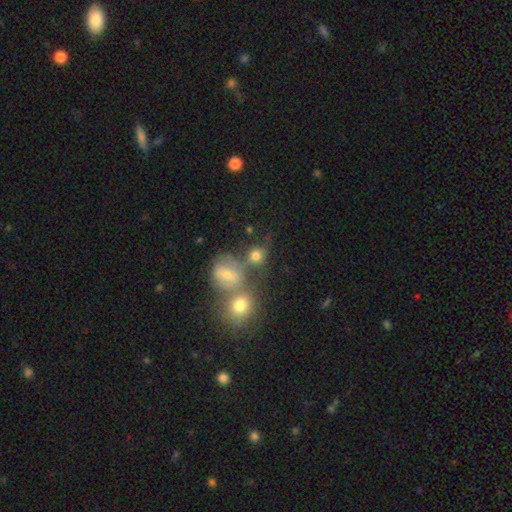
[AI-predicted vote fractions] Morphology: type=smooth (73%); roundness=round (81%); merging=none (48%).